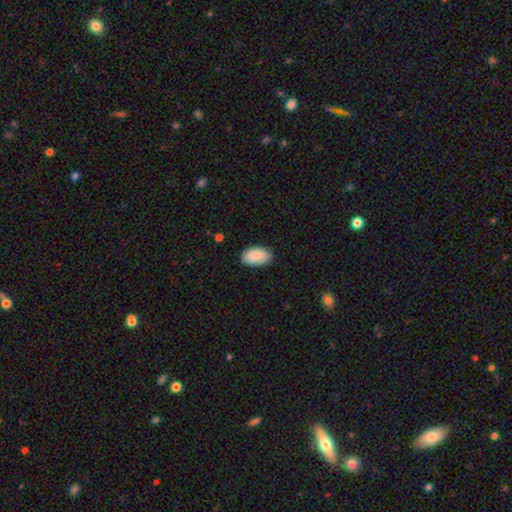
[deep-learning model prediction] This is clearly a smooth galaxy (85%). How rounded: clearly in between (94%). Merging: clearly none (83%).